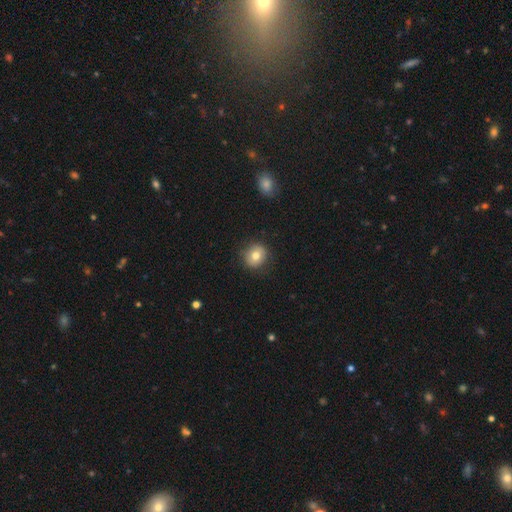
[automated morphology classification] A smooth galaxy with no disk features (76%) that is round (84%). Merging: none (85%).